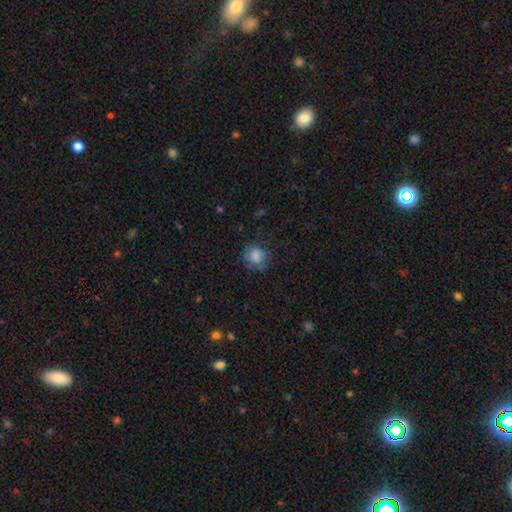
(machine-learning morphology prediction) Smooth or featured? smooth (80%)
How rounded? round (80%)
Merging? none (67%)